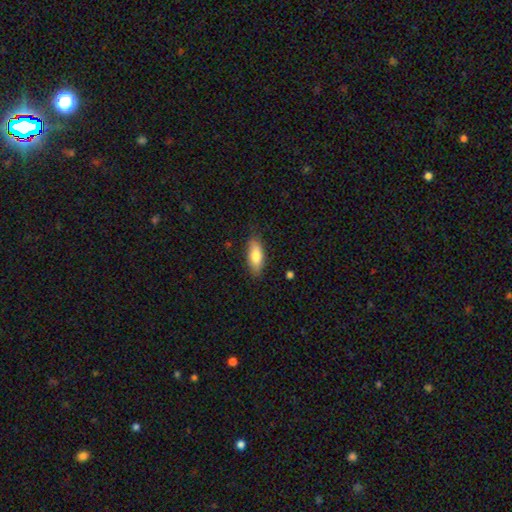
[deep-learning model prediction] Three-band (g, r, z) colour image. It shows a smooth galaxy with no disk features (79%) that is in between round and cigar-shaped (78%). Merging: none (81%).